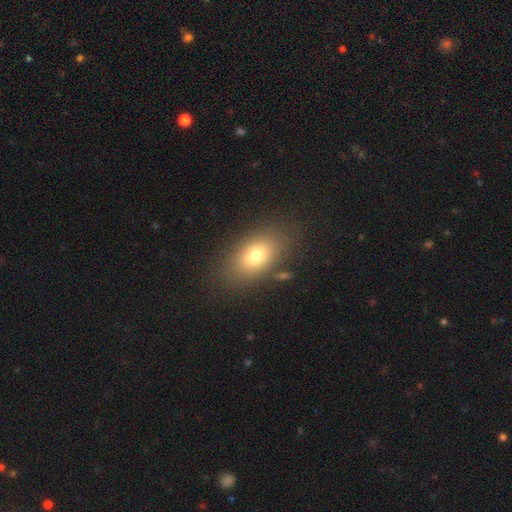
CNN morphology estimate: smooth 75%, featured or disk 14%, star or artifact 11%. Down the decision tree: how rounded — in between (84%); merging — none (80%).